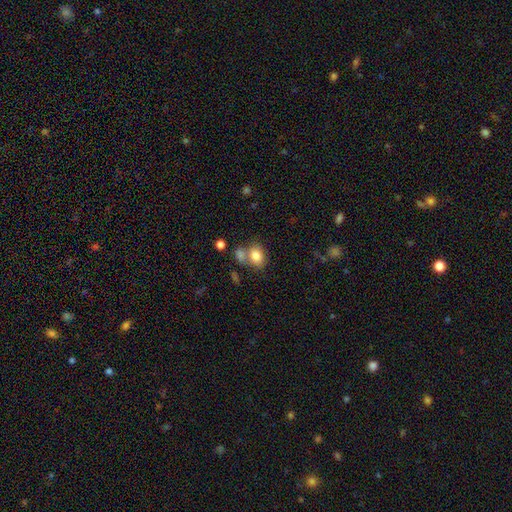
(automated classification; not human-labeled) Smooth or featured?
  - smooth: 80% *
  - featured or disk: 10%
  - star or artifact: 9%
How rounded?
  - in between: 63% *
  - round: 36%
  - cigar-shaped: 1%
Merging?
  - none: 48% *
  - merger: 30%
  - minor disturbance: 15%
  - major disturbance: 7%